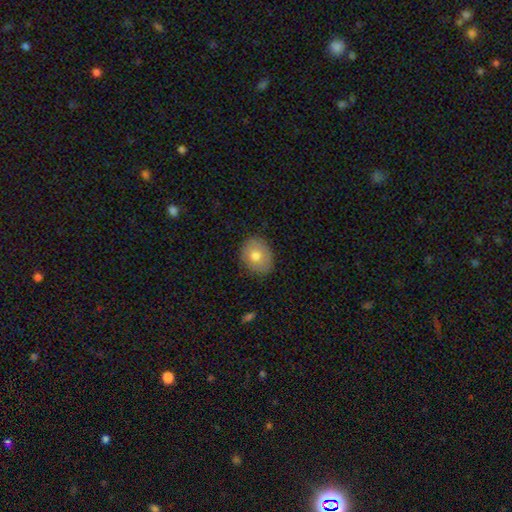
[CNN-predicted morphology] Smooth or featured? smooth (75%)
How rounded? round (51%)
Merging? none (82%)